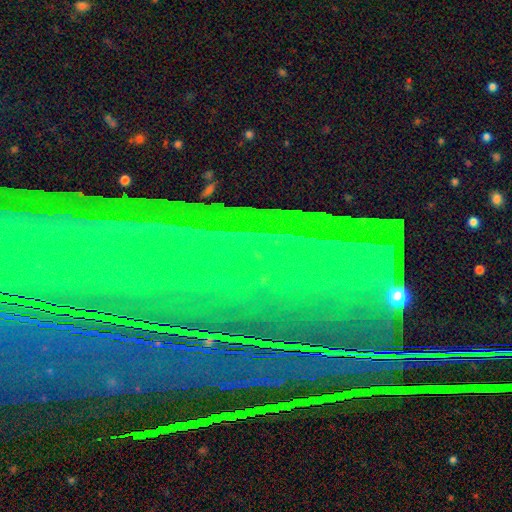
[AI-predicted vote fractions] This appears to be a star or artifact, not a galaxy (86%).